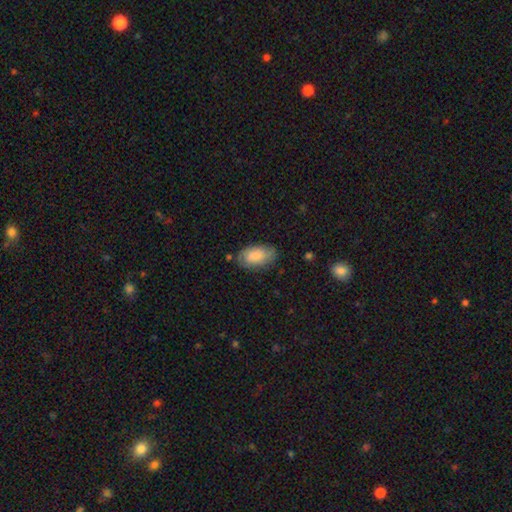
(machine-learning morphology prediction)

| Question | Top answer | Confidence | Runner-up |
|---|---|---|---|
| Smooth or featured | smooth | 73% | featured or disk (21%) |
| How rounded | in between | 93% | round (4%) |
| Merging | none | 75% | minor disturbance (19%) |